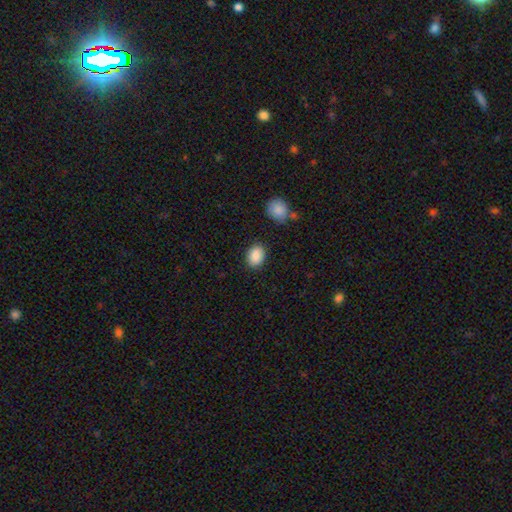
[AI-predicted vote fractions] Smooth or featured? Predicted: smooth (p=0.89). How rounded? Predicted: in between (p=0.71). Merging? Predicted: none (p=0.84).